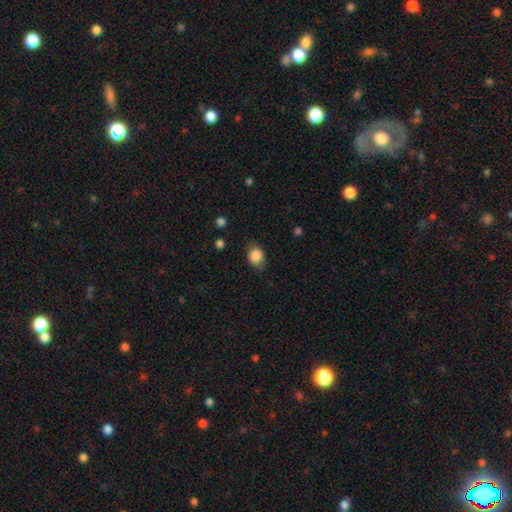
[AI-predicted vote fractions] Overall: smooth (86%). How rounded: in between (56%; round 43%). Merging: none (75%).